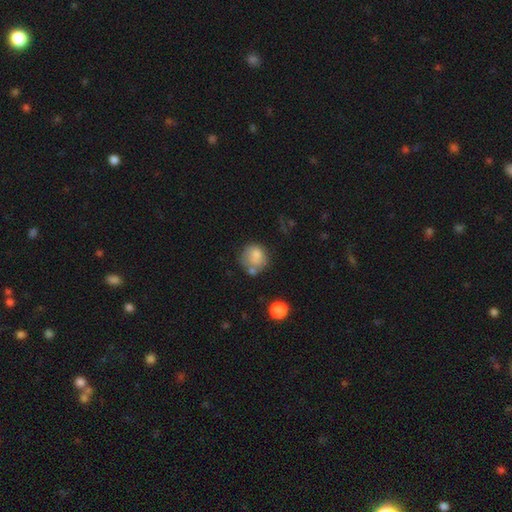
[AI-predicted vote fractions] A smooth galaxy with no disk features (78%) that is round (82%). Merging: none (53%).